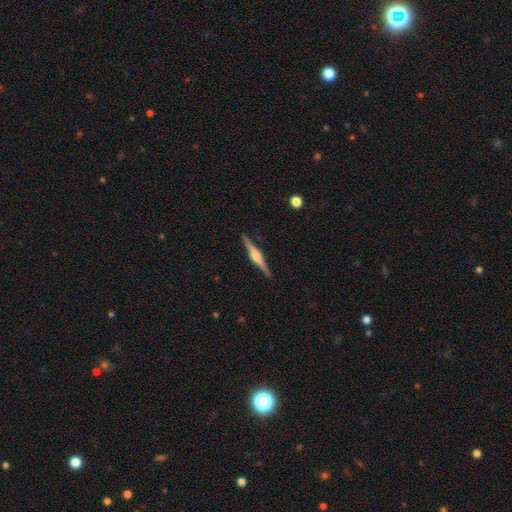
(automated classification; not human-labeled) A featured or disk galaxy (80%) viewed edge-on (98%) with a rounded central bulge (83%).

Vote fractions:
- Smooth or featured? featured or disk: 80% / smooth: 15% / star or artifact: 5%
- Edge-on disk? yes: 98% / no: 2%
- Edge-on bulge? rounded: 83% / boxy: 13% / none: 4%
- Merging? none: 92% / minor disturbance: 6% / major disturbance: 1% / merger: 1%